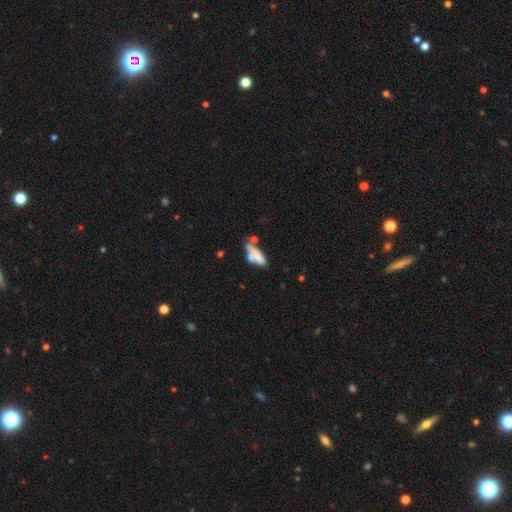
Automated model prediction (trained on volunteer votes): Smooth or featured? Predicted: smooth (p=0.64). How rounded? Predicted: in between (p=0.59). Merging? Predicted: none (p=0.33).